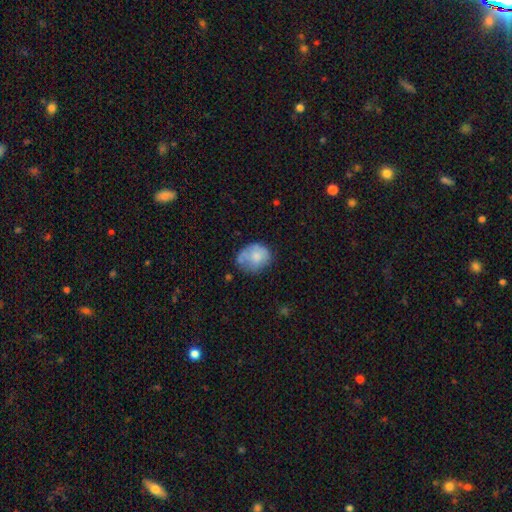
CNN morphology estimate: Smooth or featured?
  - smooth: 70% *
  - featured or disk: 22%
  - star or artifact: 8%
How rounded?
  - round: 54% *
  - in between: 45%
  - cigar-shaped: 1%
Merging?
  - none: 44% *
  - minor disturbance: 34%
  - major disturbance: 17%
  - merger: 6%